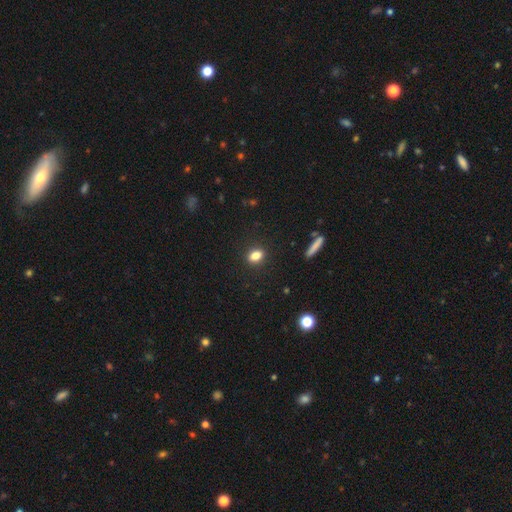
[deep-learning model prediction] Morphology: type=smooth (83%); roundness=in between (68%); merging=none (89%).